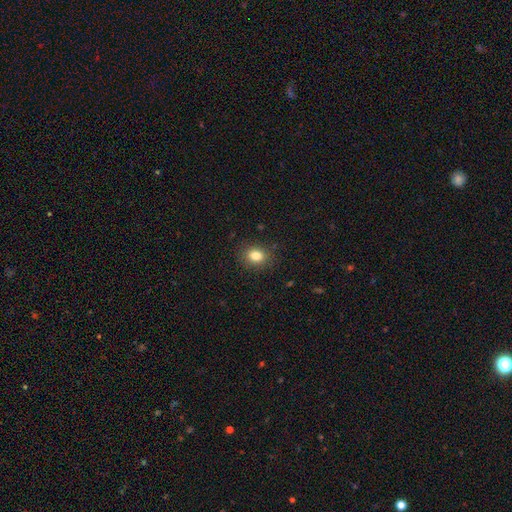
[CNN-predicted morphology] Smooth or featured?
  - smooth: 83% *
  - star or artifact: 11%
  - featured or disk: 7%
How rounded?
  - in between: 50% *
  - round: 49%
  - cigar-shaped: 1%
Merging?
  - none: 87% *
  - minor disturbance: 9%
  - major disturbance: 3%
  - merger: 1%